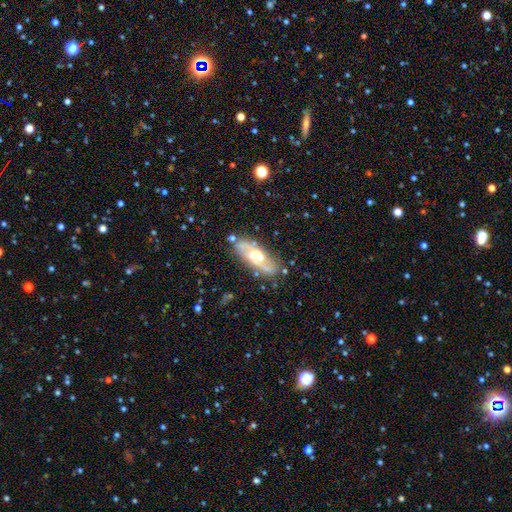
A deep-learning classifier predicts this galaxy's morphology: Smooth or featured: featured or disk — 74% (smooth — 20%)
Edge-on disk: no — 82% (yes — 18%)
Bar: no — 44% (weak — 41%)
Spiral arms: yes — 79% (no — 21%)
Bulge size: moderate — 59% (large — 30%)
Merging: none — 77% (minor disturbance — 16%)